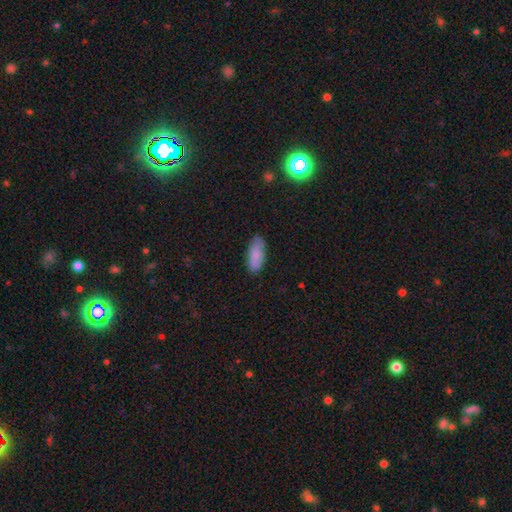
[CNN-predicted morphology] A smooth galaxy with no disk features (85%) that is in between round and cigar-shaped (78%). Merging: none (82%).